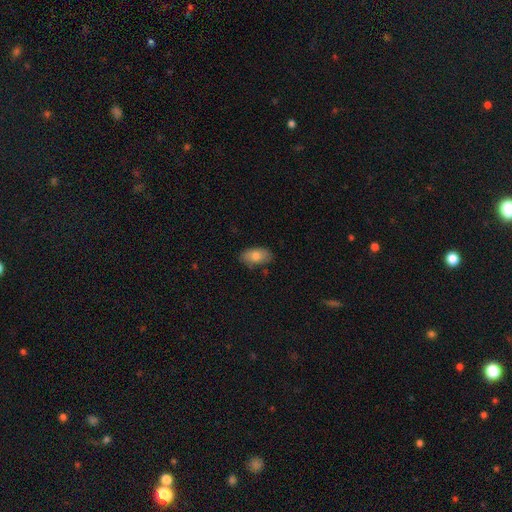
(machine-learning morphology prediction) Q: Smooth or featured?
A: smooth (78%); runner-up: featured or disk (15%)
Q: How rounded?
A: in between (93%); runner-up: round (5%)
Q: Merging?
A: none (80%); runner-up: minor disturbance (16%)